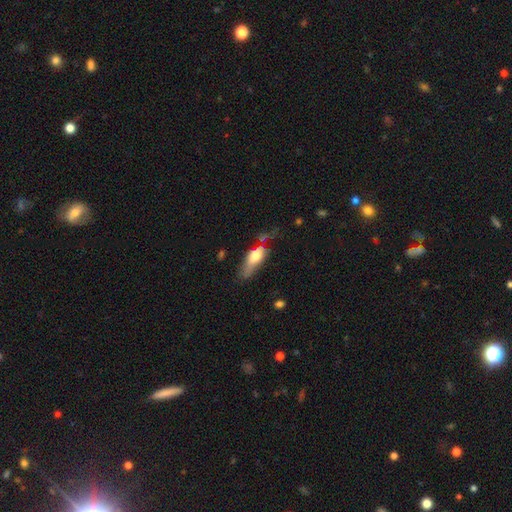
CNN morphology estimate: Overall: smooth (63%; featured or disk 30%). How rounded: in between (68%). Merging: minor disturbance (31%; none 29%).